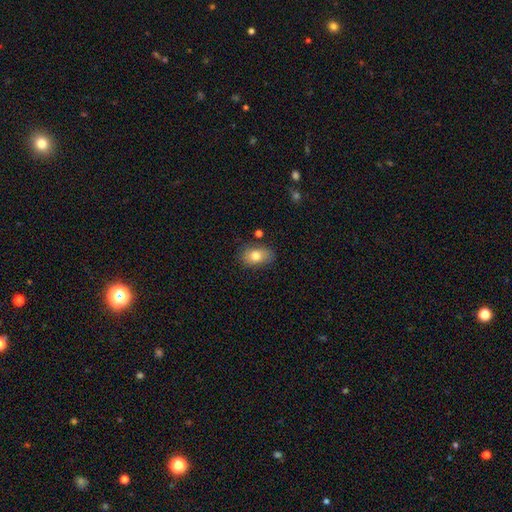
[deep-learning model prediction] Smooth or featured: smooth — 79% (featured or disk — 13%)
How rounded: in between — 83% (round — 15%)
Merging: none — 74% (minor disturbance — 19%)